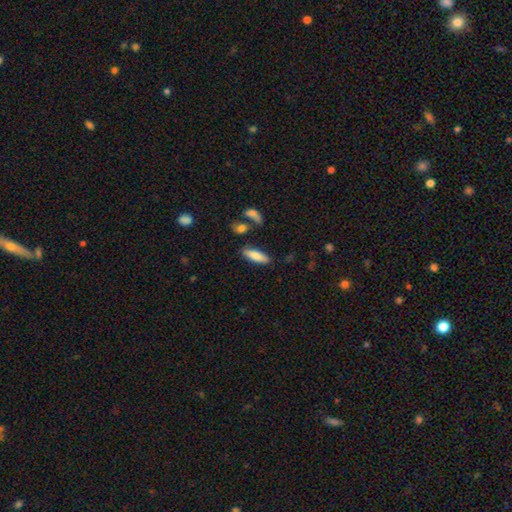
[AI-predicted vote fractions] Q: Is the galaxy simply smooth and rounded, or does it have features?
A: smooth — 80%.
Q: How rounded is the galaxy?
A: in between — 50%.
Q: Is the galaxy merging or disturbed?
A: none — 81%.